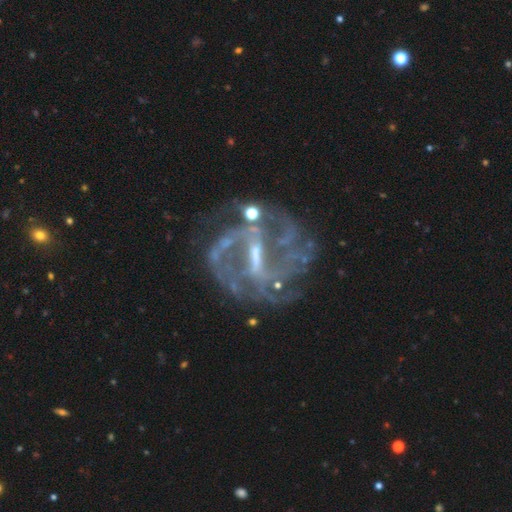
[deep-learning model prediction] Q: Smooth or featured?
A: featured or disk (88%); runner-up: star or artifact (8%)
Q: Edge-on disk?
A: no (98%); runner-up: yes (2%)
Q: Bar?
A: strong (44%); runner-up: weak (43%)
Q: Spiral arms?
A: yes (93%); runner-up: no (7%)
Q: Spiral winding?
A: medium (49%); runner-up: tight (29%)
Q: Spiral arm count?
A: 2 (30%); runner-up: can't tell (23%)
Q: Bulge size?
A: small (48%); runner-up: none (25%)
Q: Merging?
A: none (59%); runner-up: major disturbance (19%)